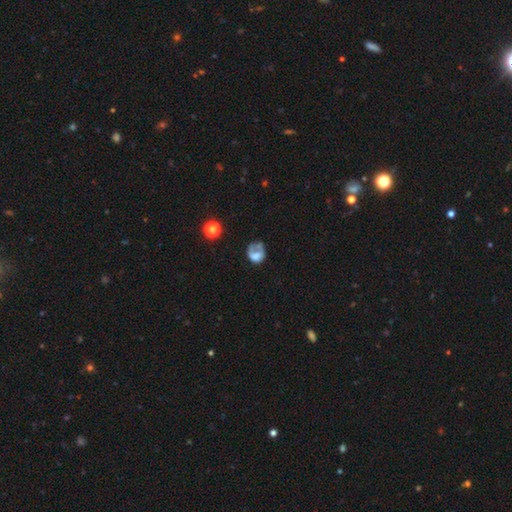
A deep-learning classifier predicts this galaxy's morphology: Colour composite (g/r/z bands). It shows a smooth galaxy with no disk features (56%) that is round (57%). Merging: major disturbance (36%).